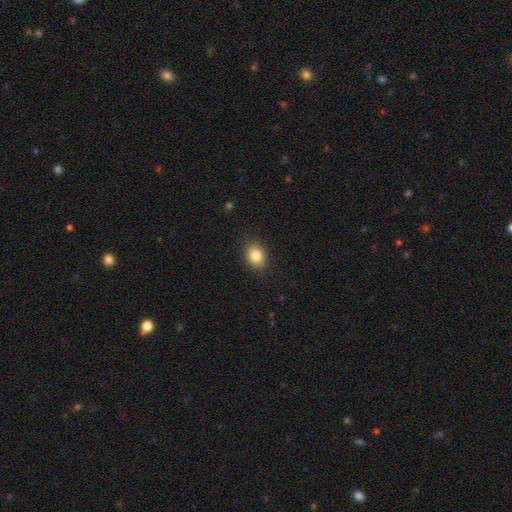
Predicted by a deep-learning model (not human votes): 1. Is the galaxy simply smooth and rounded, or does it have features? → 84% smooth, 9% star or artifact, 6% featured or disk.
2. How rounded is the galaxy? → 61% in between, 38% round, 1% cigar-shaped.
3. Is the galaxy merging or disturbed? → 88% none, 9% minor disturbance, 2% major disturbance, 1% merger.